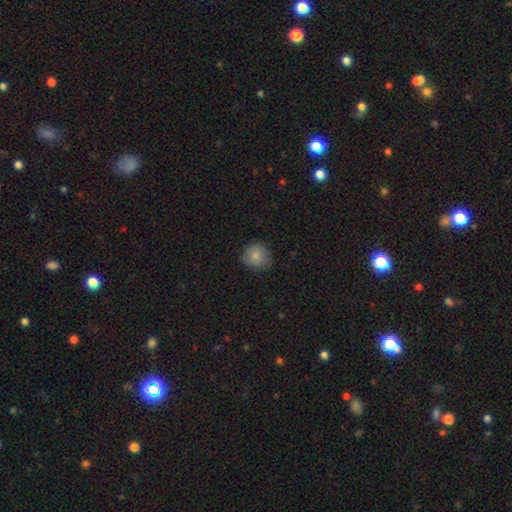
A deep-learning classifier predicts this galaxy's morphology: smooth-or-featured: smooth: 83% | featured or disk: 9% | star or artifact: 9%
  how-rounded: round: 88% | in between: 11% | cigar-shaped: 1%
  merging: none: 81% | minor disturbance: 16% | major disturbance: 3% | merger: 1%